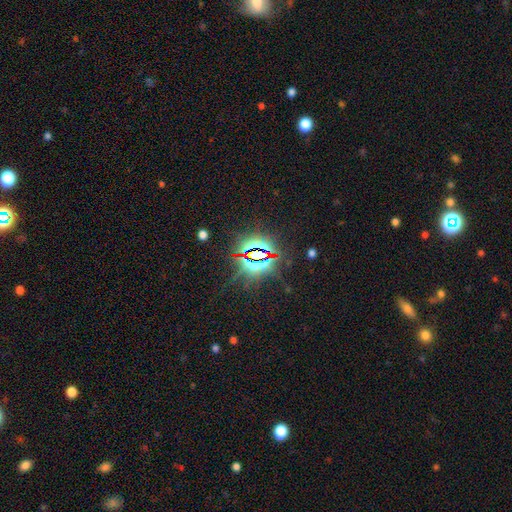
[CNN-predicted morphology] This is clearly a star or artifact rather than a galaxy (82%).